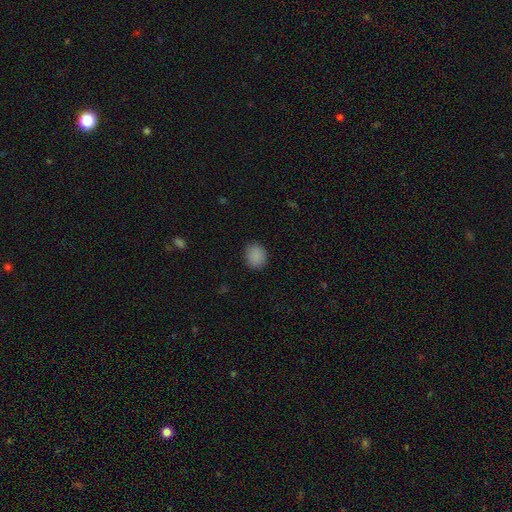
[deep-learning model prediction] Q: Smooth or featured?
A: smooth (87%); runner-up: star or artifact (10%)
Q: How rounded?
A: round (70%); runner-up: in between (29%)
Q: Merging?
A: none (87%); runner-up: minor disturbance (9%)